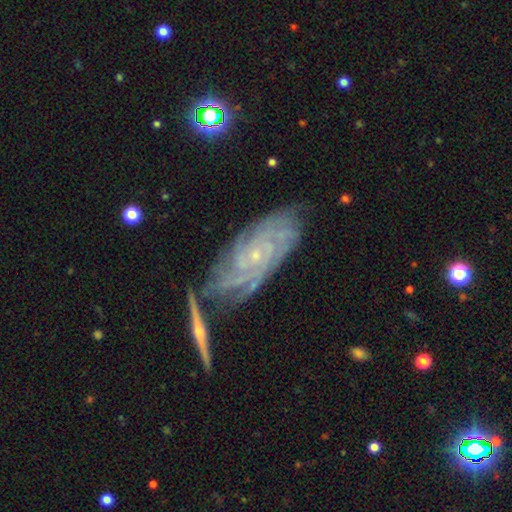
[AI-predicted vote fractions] A featured or disk galaxy (84%) with no bar (76%), tight (73%) spiral arms (96%) and a small central bulge (85%). Merging: none (63%).